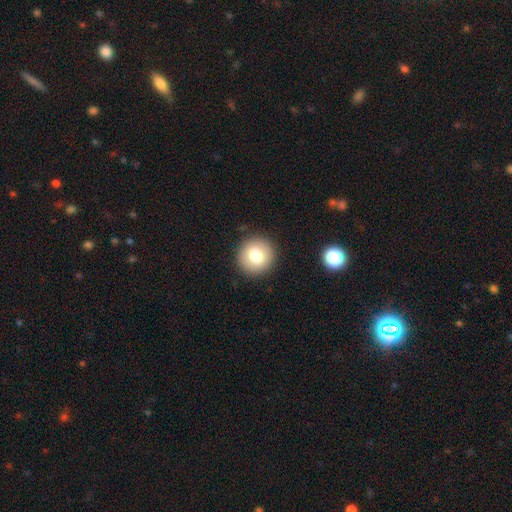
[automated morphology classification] This appears to be a smooth galaxy with no disk features (78%) that is round (92%). Merging: none (91%).